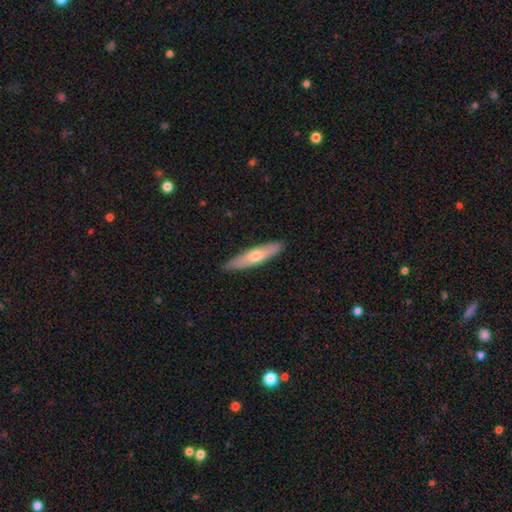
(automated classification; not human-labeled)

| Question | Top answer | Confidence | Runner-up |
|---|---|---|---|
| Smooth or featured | smooth | 55% | featured or disk (39%) |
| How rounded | cigar-shaped | 81% | in between (18%) |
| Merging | none | 87% | minor disturbance (10%) |